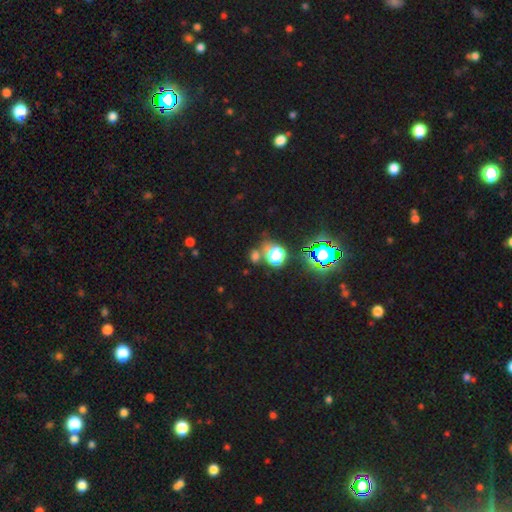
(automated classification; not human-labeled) Overall: star or artifact (72%).